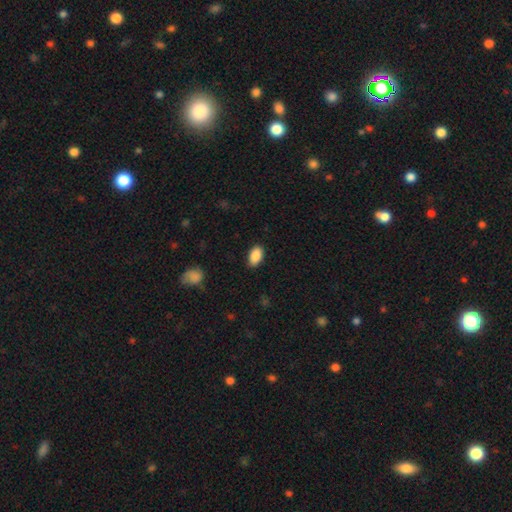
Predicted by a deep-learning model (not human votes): This is clearly a smooth galaxy (89%). How rounded: clearly in between (92%). Merging: clearly none (86%).